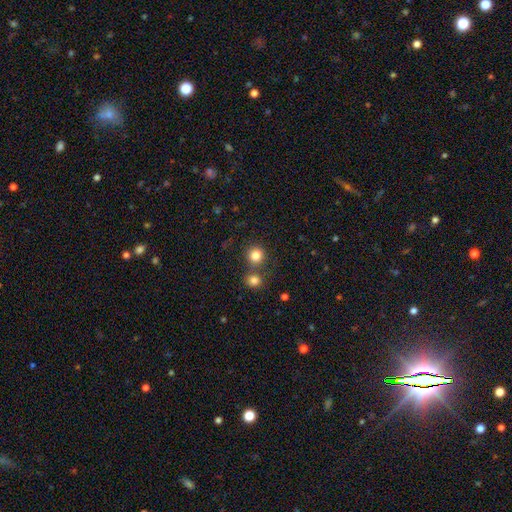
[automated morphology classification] smooth-or-featured: smooth: 82% | star or artifact: 12% | featured or disk: 6%
  how-rounded: round: 90% | in between: 9% | cigar-shaped: 1%
  merging: none: 69% | merger: 21% | minor disturbance: 7% | major disturbance: 3%